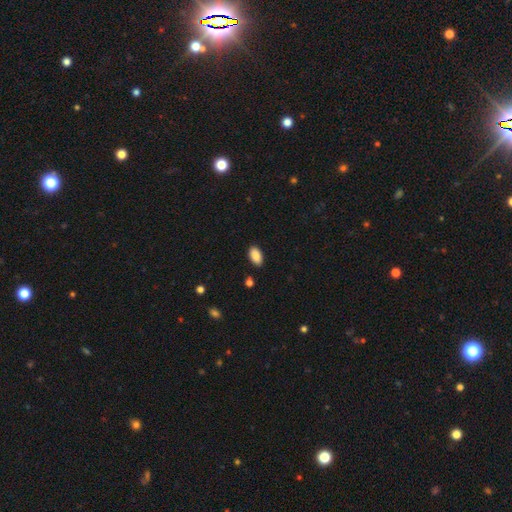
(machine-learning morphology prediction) smooth_or_featured: smooth (p=0.89) [alt: star or artifact p=0.07]
how_rounded: in between (p=0.94) [alt: round p=0.04]
merging: none (p=0.87) [alt: minor disturbance p=0.10]